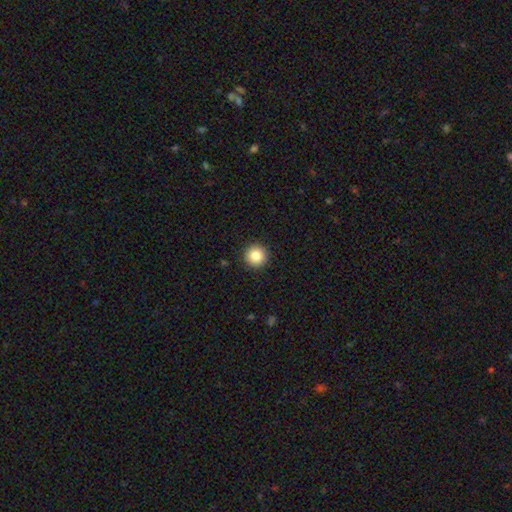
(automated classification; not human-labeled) Smooth or featured? smooth (85%)
How rounded? round (96%)
Merging? none (93%)